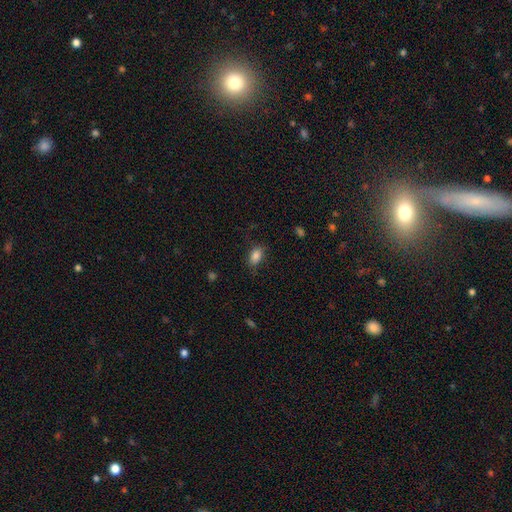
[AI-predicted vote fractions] Smooth or featured?
  - smooth: 85% *
  - star or artifact: 9%
  - featured or disk: 6%
How rounded?
  - in between: 86% *
  - round: 11%
  - cigar-shaped: 2%
Merging?
  - none: 78% *
  - minor disturbance: 16%
  - major disturbance: 5%
  - merger: 1%